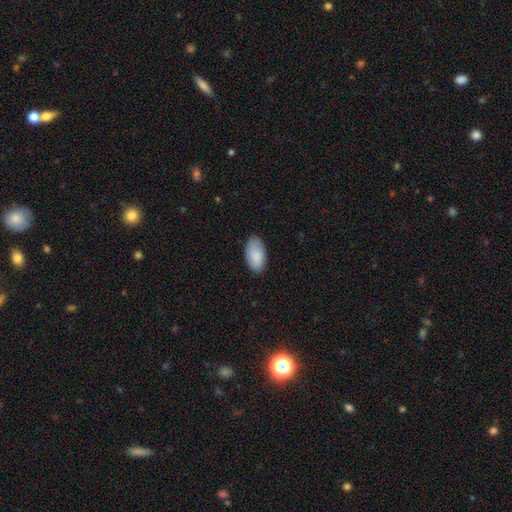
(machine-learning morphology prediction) The model was most divided on "merging": none: 81%, minor disturbance: 15%, major disturbance: 3%, merger: 1%. More confident: how rounded — in between (95%); smooth or featured — smooth (86%).